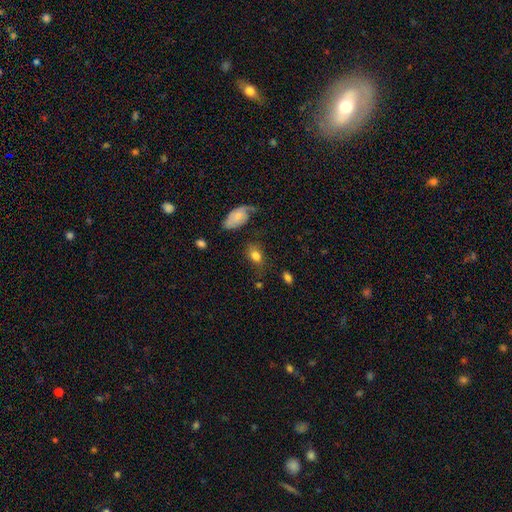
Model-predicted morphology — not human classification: Smooth or featured?
  - smooth: 77% *
  - featured or disk: 14%
  - star or artifact: 9%
How rounded?
  - in between: 76% *
  - round: 21%
  - cigar-shaped: 2%
Merging?
  - none: 60% *
  - minor disturbance: 22%
  - major disturbance: 13%
  - merger: 5%